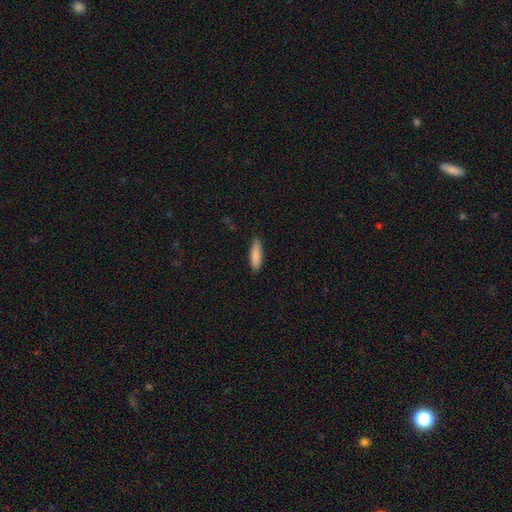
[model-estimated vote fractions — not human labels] Q: Smooth or featured?
A: smooth (87%); runner-up: featured or disk (7%)
Q: How rounded?
A: cigar-shaped (64%); runner-up: in between (35%)
Q: Merging?
A: none (87%); runner-up: minor disturbance (10%)